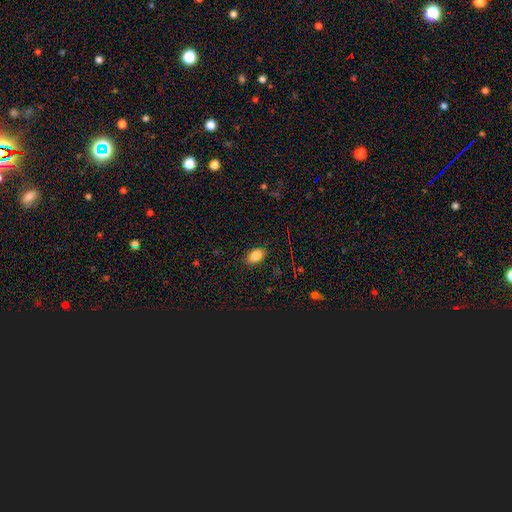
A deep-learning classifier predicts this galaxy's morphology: Overall: smooth (85%). How rounded: in between (88%). Merging: none (87%).